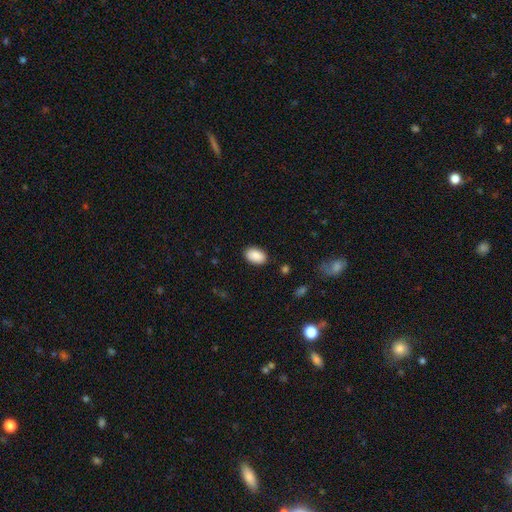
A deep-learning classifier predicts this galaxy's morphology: Smooth or featured? smooth (90%)
How rounded? in between (91%)
Merging? none (88%)